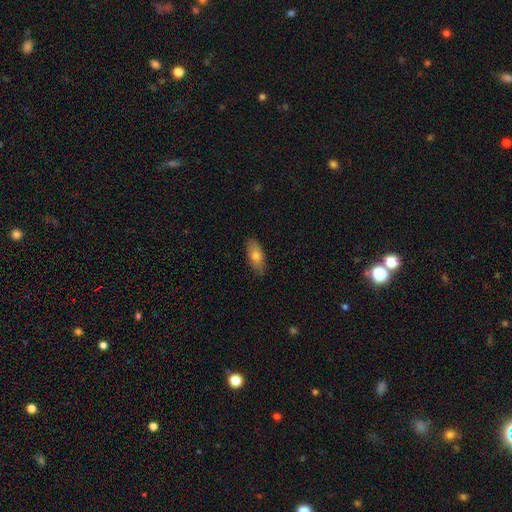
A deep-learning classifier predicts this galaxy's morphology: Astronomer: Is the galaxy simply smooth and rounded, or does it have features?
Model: smooth — 75%.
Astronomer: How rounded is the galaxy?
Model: in between — 84%.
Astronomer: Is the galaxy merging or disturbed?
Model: none — 86%.